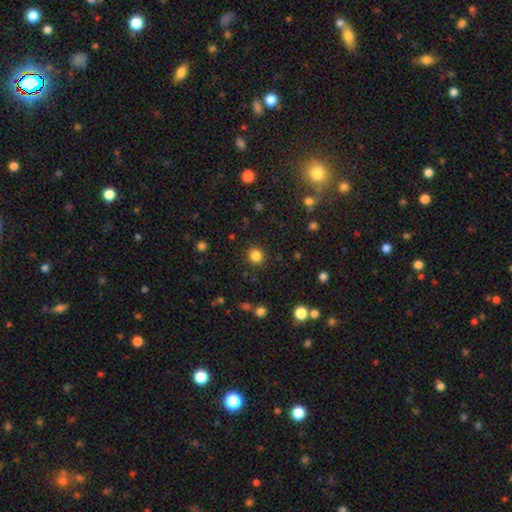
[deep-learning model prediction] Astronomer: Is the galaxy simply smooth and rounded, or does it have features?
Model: smooth — 84%.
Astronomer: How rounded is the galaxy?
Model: round — 87%.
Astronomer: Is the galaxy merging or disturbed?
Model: none — 90%.